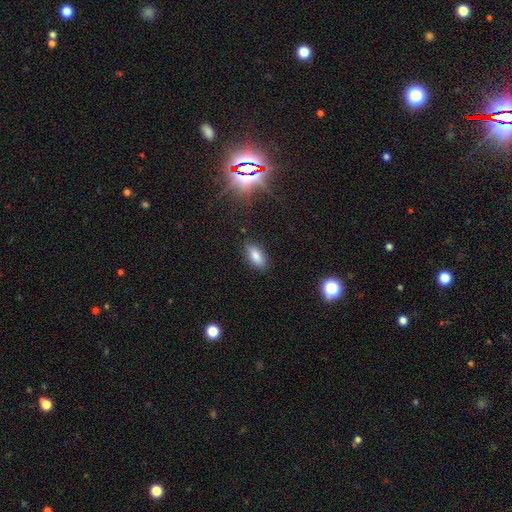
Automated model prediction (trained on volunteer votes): Smooth or featured?
  - smooth: 80% *
  - star or artifact: 11%
  - featured or disk: 10%
How rounded?
  - in between: 86% *
  - cigar-shaped: 11%
  - round: 3%
Merging?
  - none: 85% *
  - minor disturbance: 11%
  - major disturbance: 3%
  - merger: 2%